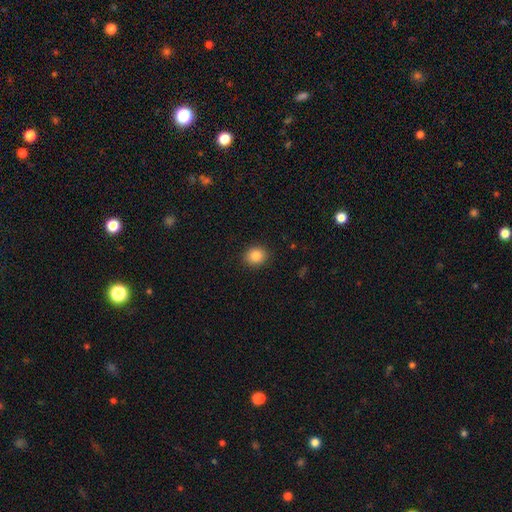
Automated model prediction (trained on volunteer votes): Smooth or featured? smooth (85%)
How rounded? round (75%)
Merging? none (90%)